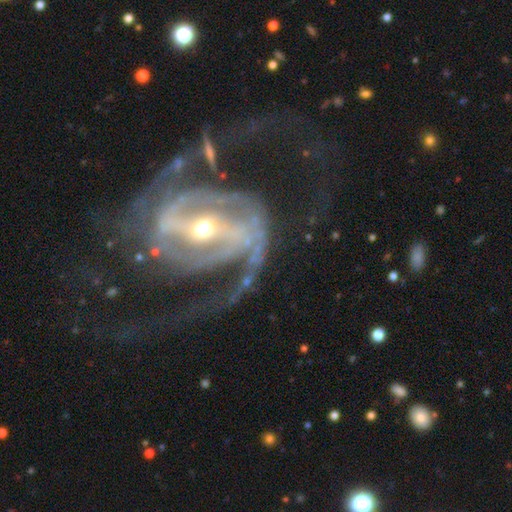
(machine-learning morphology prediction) A featured or disk galaxy (93%) with a strong bar (68%), 2 (77%) medium (54%) spiral arms (98%) and a small central bulge (47%, tied with moderate).

Vote fractions:
- Smooth or featured? featured or disk: 93% / star or artifact: 5% / smooth: 3%
- Edge-on disk? no: 97% / yes: 3%
- Bar? strong: 68% / weak: 25% / no: 8%
- Spiral arms? yes: 98% / no: 2%
- Spiral winding? medium: 54% / loose: 24% / tight: 22%
- Spiral arm count? 2: 77% / 3: 9% / can't tell: 5% / 4: 3% / 1: 3% / more than 4: 3%
- Bulge size? small: 47% (tied) / moderate: 47% (tied) / large: 3% / dominant: 1% / none: 1%
- Merging? none: 58% / major disturbance: 25% / minor disturbance: 14% / merger: 3%